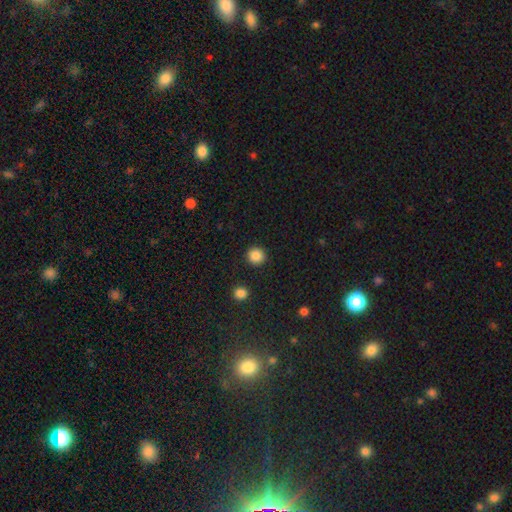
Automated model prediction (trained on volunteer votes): smooth-or-featured: smooth: 87% | star or artifact: 10% | featured or disk: 3%
  how-rounded: round: 93% | in between: 6% | cigar-shaped: 1%
  merging: none: 92% | minor disturbance: 5% | major disturbance: 2% | merger: 1%